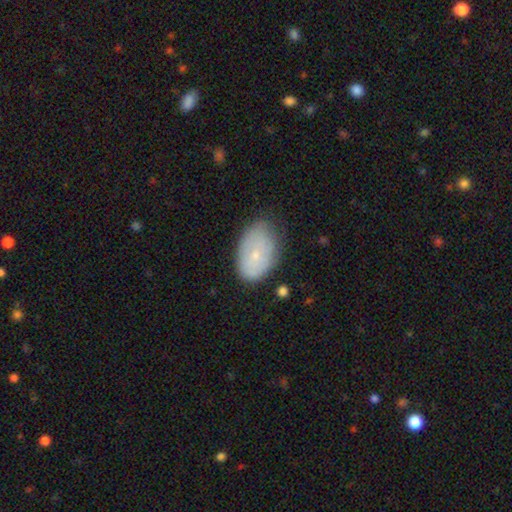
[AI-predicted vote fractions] smooth 65%, featured or disk 27%, star or artifact 8%. Down the decision tree: how rounded — in between (89%); merging — none (66%).